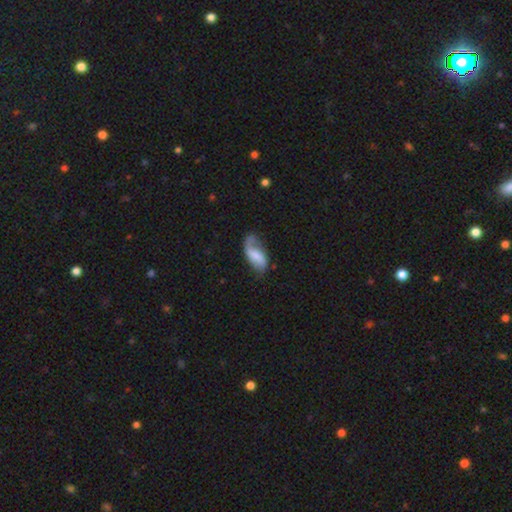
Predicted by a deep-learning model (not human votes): This is possibly a featured or disk galaxy (56%). It is clearly not viewed edge-on (95%). Bar: marginally weak (41%). Spiral arm pattern: clearly yes (88%). Central bulge: marginally none (34%). Merging: possibly none (49%).